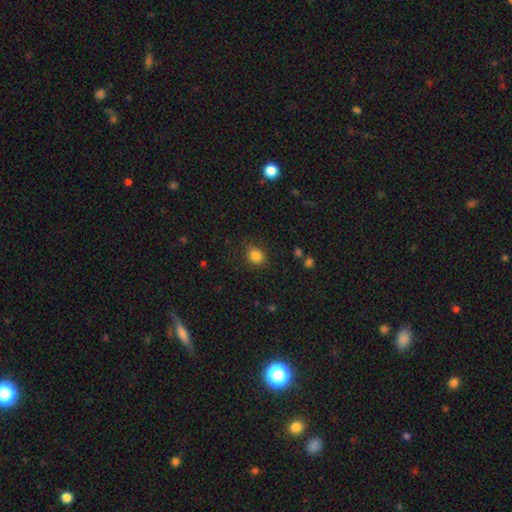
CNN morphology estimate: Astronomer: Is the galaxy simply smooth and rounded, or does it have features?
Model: smooth — 84%.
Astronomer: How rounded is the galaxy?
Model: round — 67%.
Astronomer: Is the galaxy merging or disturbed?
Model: none — 83%.